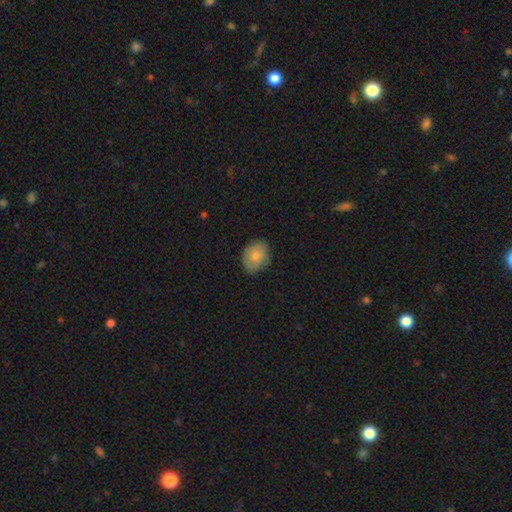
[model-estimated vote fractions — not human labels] Smooth or featured: smooth — 79% (featured or disk — 14%)
How rounded: in between — 57% (round — 42%)
Merging: none — 77% (minor disturbance — 18%)